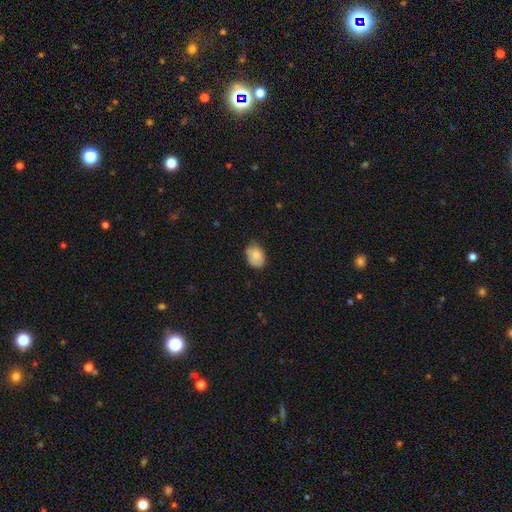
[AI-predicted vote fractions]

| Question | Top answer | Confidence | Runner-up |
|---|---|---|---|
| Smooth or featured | smooth | 82% | featured or disk (10%) |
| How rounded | in between | 74% | round (25%) |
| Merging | none | 66% | minor disturbance (28%) |